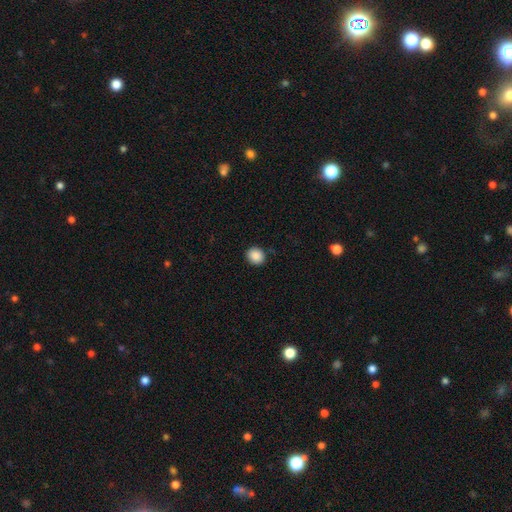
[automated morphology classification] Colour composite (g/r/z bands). It shows a smooth galaxy with no disk features (89%) that is round (80%). Merging: none (89%).